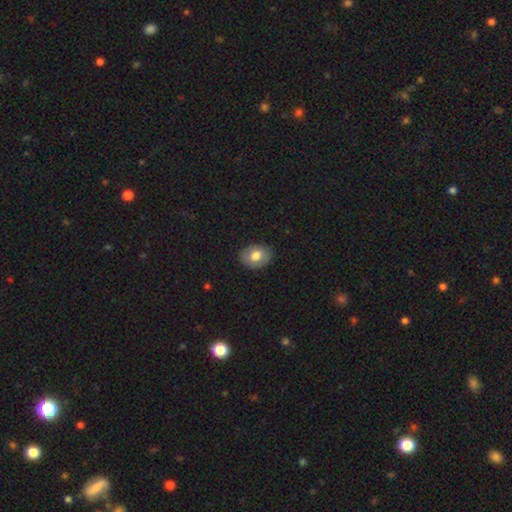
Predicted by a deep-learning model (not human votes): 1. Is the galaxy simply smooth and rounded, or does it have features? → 73% smooth, 20% featured or disk, 7% star or artifact.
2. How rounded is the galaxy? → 70% in between, 29% round, 1% cigar-shaped.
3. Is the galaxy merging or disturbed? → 85% none, 11% minor disturbance, 3% major disturbance, 1% merger.